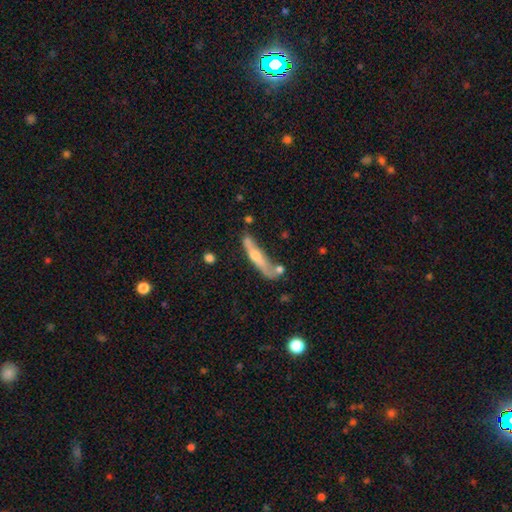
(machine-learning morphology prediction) Q: Smooth or featured?
A: featured or disk (52%); runner-up: smooth (41%)
Q: Edge-on disk?
A: yes (82%); runner-up: no (18%)
Q: Merging?
A: none (51%); runner-up: minor disturbance (23%)